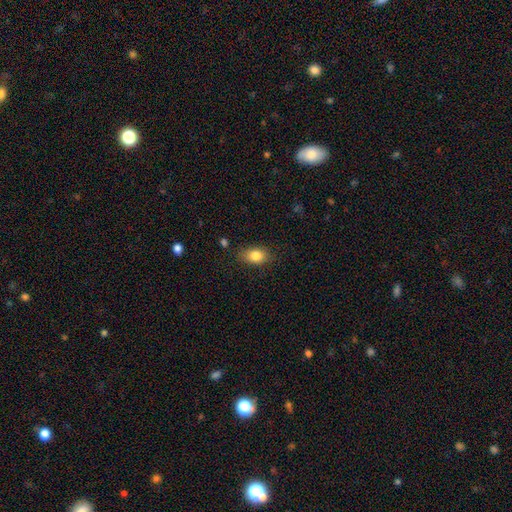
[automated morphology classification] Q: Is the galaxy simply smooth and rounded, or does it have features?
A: smooth — 84%.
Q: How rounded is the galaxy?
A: in between — 79%.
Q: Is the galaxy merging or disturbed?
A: none — 80%.